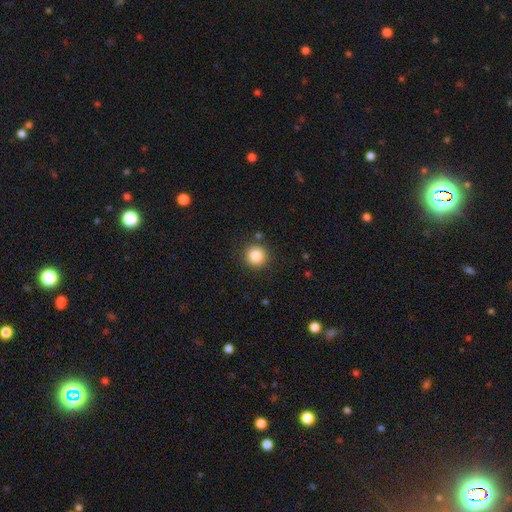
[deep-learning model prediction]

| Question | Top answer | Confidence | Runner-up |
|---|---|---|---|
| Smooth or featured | smooth | 85% | star or artifact (10%) |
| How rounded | round | 95% | in between (4%) |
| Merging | none | 88% | minor disturbance (7%) |